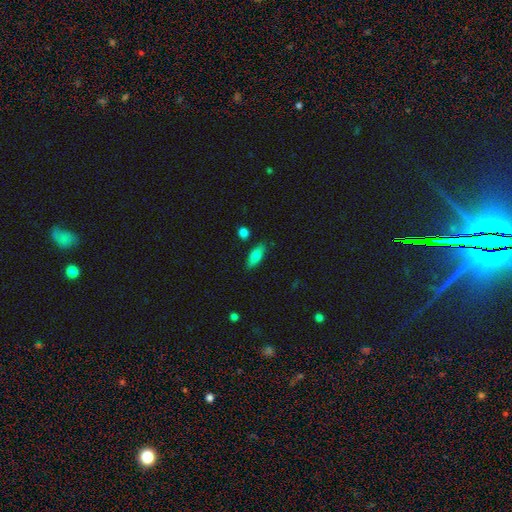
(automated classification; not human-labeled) smooth-or-featured: smooth: 77% | featured or disk: 16% | star or artifact: 7%
  how-rounded: in between: 71% | cigar-shaped: 26% | round: 3%
  merging: none: 82% | minor disturbance: 12% | merger: 3% | major disturbance: 3%